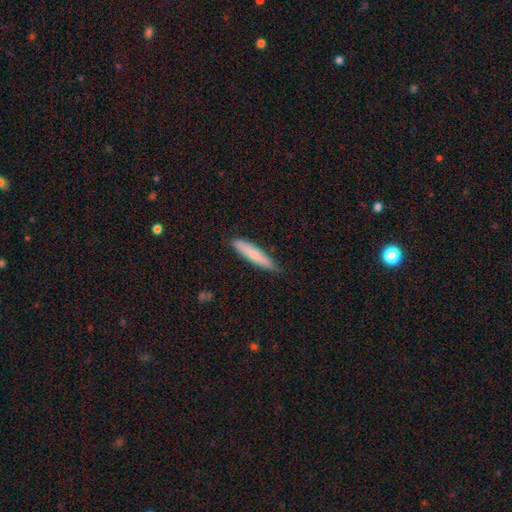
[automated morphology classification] Q: Smooth or featured?
A: smooth (78%); runner-up: featured or disk (16%)
Q: How rounded?
A: cigar-shaped (87%); runner-up: in between (12%)
Q: Merging?
A: none (80%); runner-up: minor disturbance (16%)